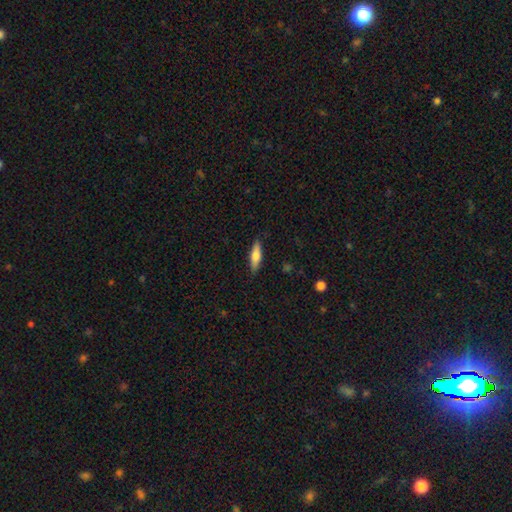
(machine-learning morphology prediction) type=smooth (68%); roundness=cigar-shaped (64%); merging=none (87%).